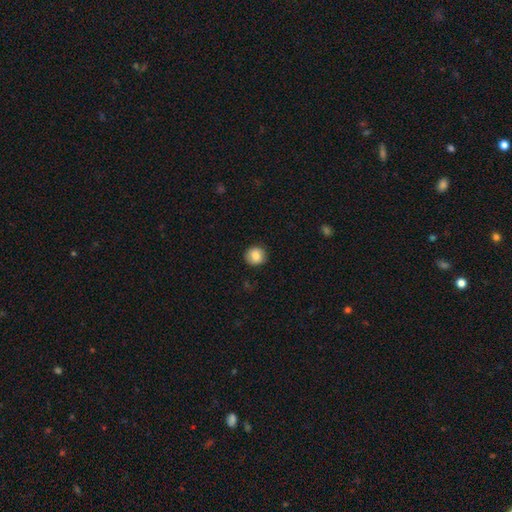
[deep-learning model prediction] A smooth galaxy with no disk features (83%) that is round (90%). Merging: none (90%).